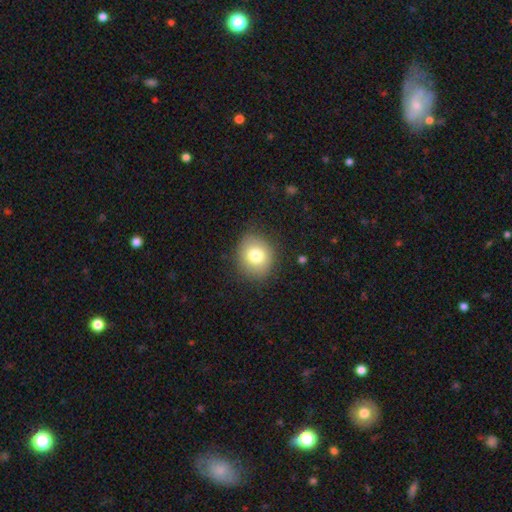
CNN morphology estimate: A smooth galaxy with no disk features (78%) that is round (72%).

Vote fractions:
- Smooth or featured? smooth: 78% / featured or disk: 12% / star or artifact: 10%
- How rounded? round: 72% / in between: 27% / cigar-shaped: 1%
- Merging? none: 84% / minor disturbance: 11% / major disturbance: 4% / merger: 1%